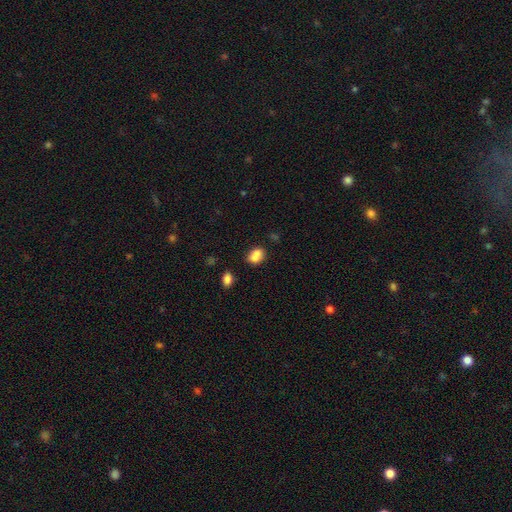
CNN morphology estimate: A smooth galaxy with no disk features (79%) that is in between round and cigar-shaped (65%). Merging: none (43%).